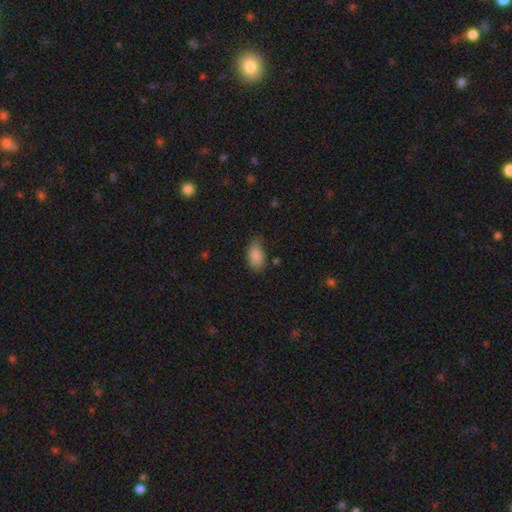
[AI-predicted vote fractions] A smooth galaxy with no disk features (86%) that is in between round and cigar-shaped (92%).

Vote fractions:
- Smooth or featured? smooth: 86% / star or artifact: 8% / featured or disk: 6%
- How rounded? in between: 92% / round: 6% / cigar-shaped: 2%
- Merging? none: 65% / minor disturbance: 27% / major disturbance: 6% / merger: 2%